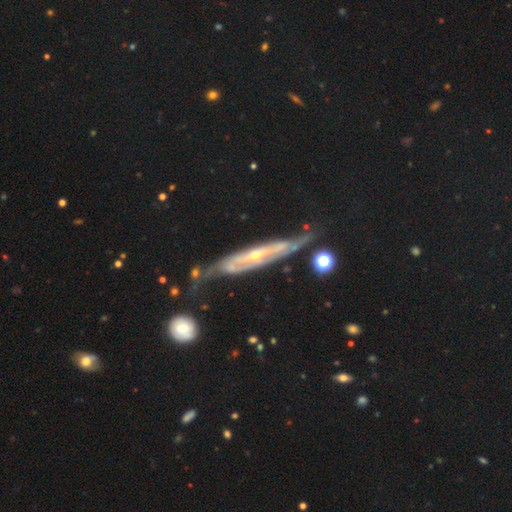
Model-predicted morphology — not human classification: featured or disk 82%, smooth 11%, star or artifact 7%. Down the decision tree: edge-on disk — yes (53%); merging — none (62%).